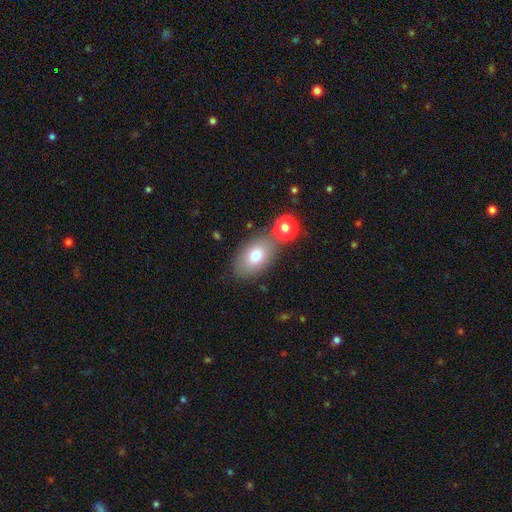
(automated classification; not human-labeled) This appears to be a smooth galaxy with no disk features (76%) that is in between round and cigar-shaped (88%). Merging: none (64%).